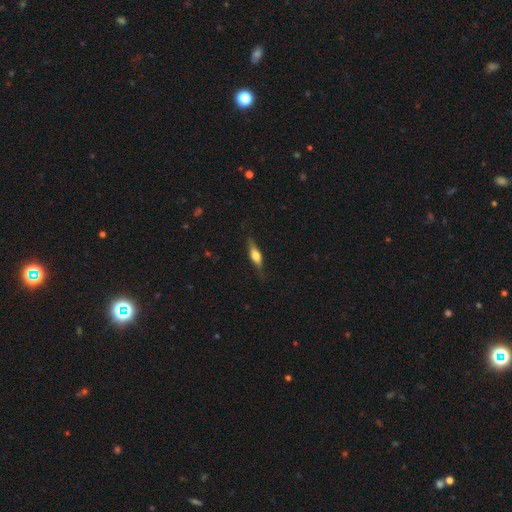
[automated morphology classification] Smooth or featured?
  - featured or disk: 47% *
  - smooth: 46%
  - star or artifact: 7%
Merging?
  - none: 80% *
  - minor disturbance: 15%
  - major disturbance: 4%
  - merger: 1%